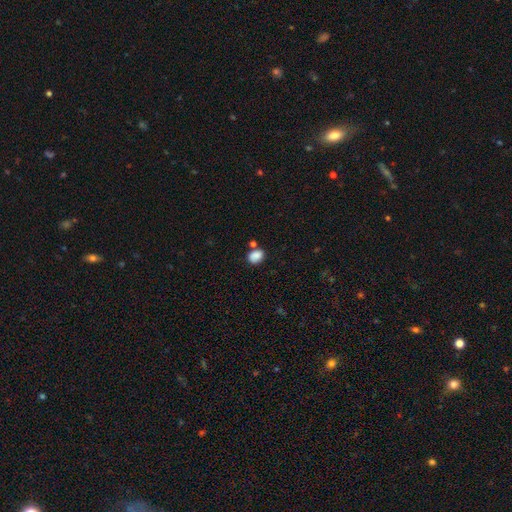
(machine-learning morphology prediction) A smooth galaxy with no disk features (86%) that is in between round and cigar-shaped (62%).

Vote fractions:
- Smooth or featured? smooth: 86% / star or artifact: 9% / featured or disk: 5%
- How rounded? in between: 62% / round: 37% / cigar-shaped: 1%
- Merging? none: 65% / merger: 16% / minor disturbance: 15% / major disturbance: 4%